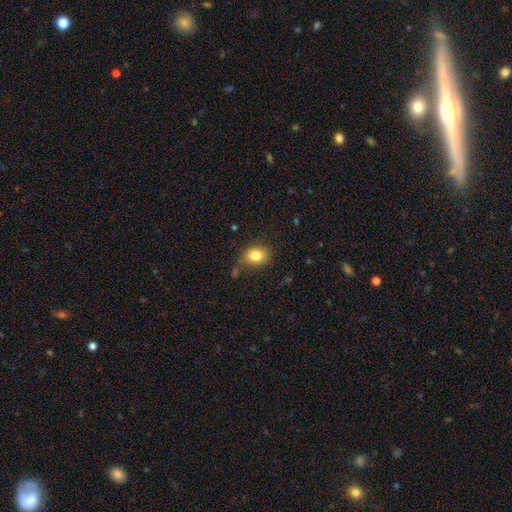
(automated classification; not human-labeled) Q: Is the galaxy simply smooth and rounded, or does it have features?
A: smooth — 82%.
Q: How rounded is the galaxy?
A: in between — 65%.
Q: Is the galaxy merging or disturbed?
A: none — 74%.